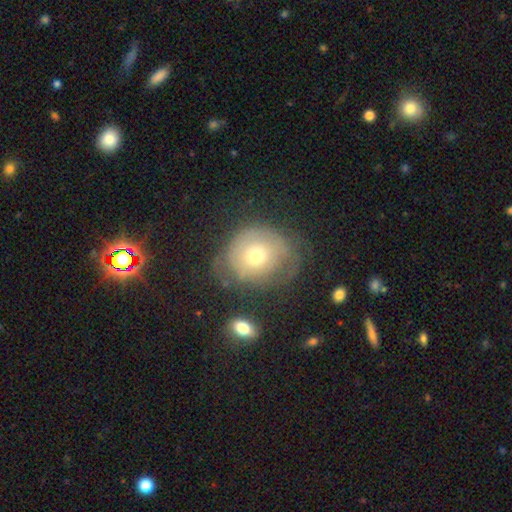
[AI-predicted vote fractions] A smooth galaxy with no disk features (53%) that is round (71%).

Vote fractions:
- Smooth or featured? smooth: 53% / featured or disk: 38% / star or artifact: 10%
- How rounded? round: 71% / in between: 28% / cigar-shaped: 1%
- Merging? none: 45% / minor disturbance: 27% / major disturbance: 24% / merger: 4%